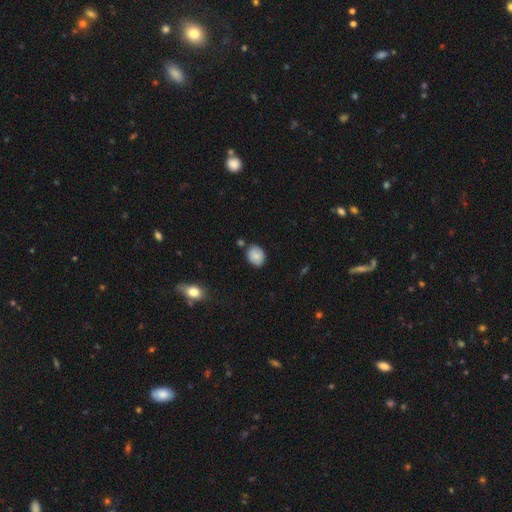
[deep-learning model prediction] Smooth or featured? Predicted: smooth (p=0.80). How rounded? Predicted: in between (p=0.53). Merging? Predicted: none (p=0.76).